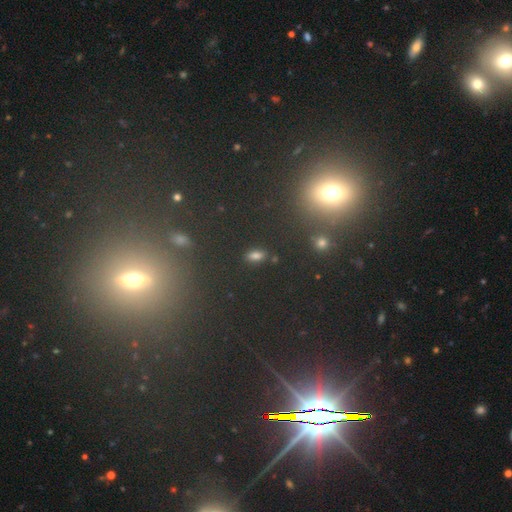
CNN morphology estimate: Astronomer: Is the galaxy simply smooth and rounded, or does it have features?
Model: smooth — 59%.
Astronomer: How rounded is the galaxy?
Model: in between — 71%.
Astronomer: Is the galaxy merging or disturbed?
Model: none — 82%.